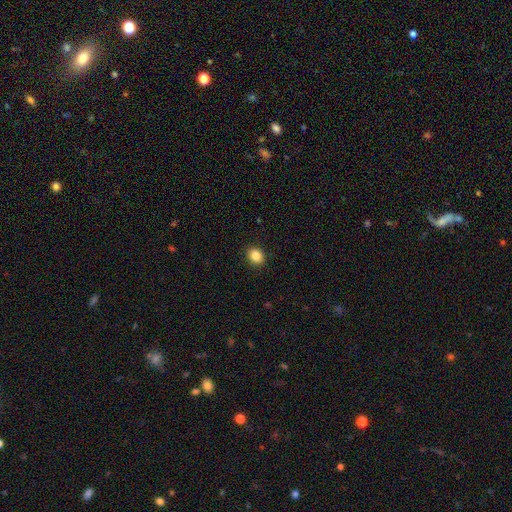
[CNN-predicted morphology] Q: Smooth or featured?
A: smooth (86%); runner-up: star or artifact (10%)
Q: How rounded?
A: round (56%); runner-up: in between (43%)
Q: Merging?
A: none (91%); runner-up: minor disturbance (7%)